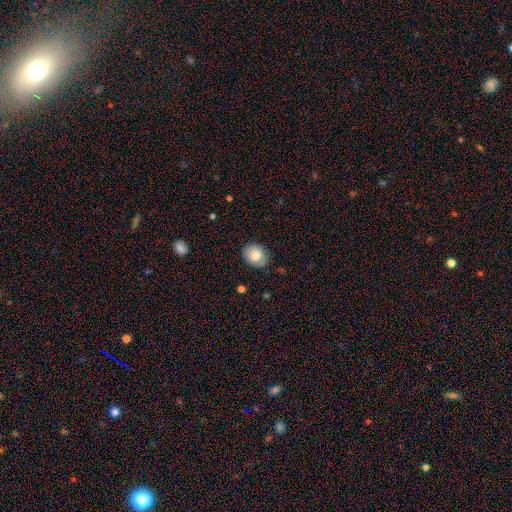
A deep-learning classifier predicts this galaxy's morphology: smooth 79%, featured or disk 13%, star or artifact 8%. Down the decision tree: how rounded — round (57%); merging — none (82%).